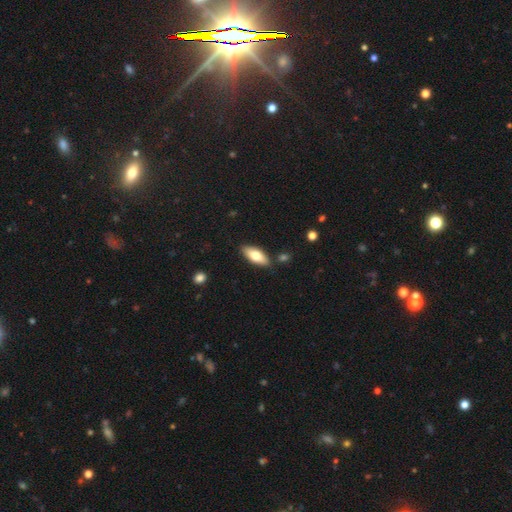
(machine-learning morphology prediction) Smooth or featured?
  - smooth: 71% *
  - featured or disk: 23%
  - star or artifact: 6%
How rounded?
  - in between: 76% *
  - cigar-shaped: 22%
  - round: 2%
Merging?
  - none: 85% *
  - minor disturbance: 10%
  - merger: 3%
  - major disturbance: 2%